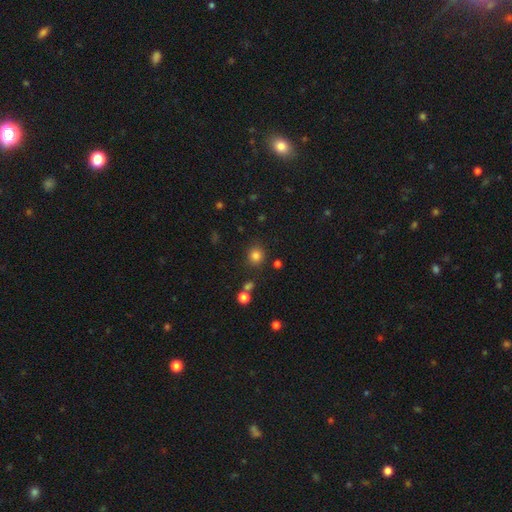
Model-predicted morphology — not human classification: The model was most divided on "smooth or featured": smooth: 81%, star or artifact: 14%, featured or disk: 5%. More confident: how rounded — round (87%); merging — none (84%).